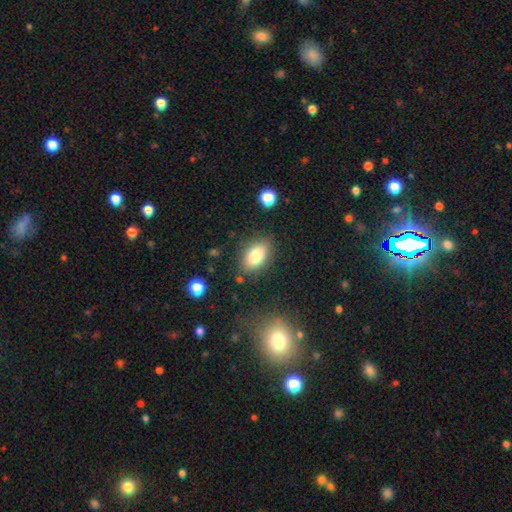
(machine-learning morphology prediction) The model was most divided on "smooth or featured": smooth: 80%, featured or disk: 12%, star or artifact: 8%. More confident: how rounded — in between (89%); merging — none (81%).